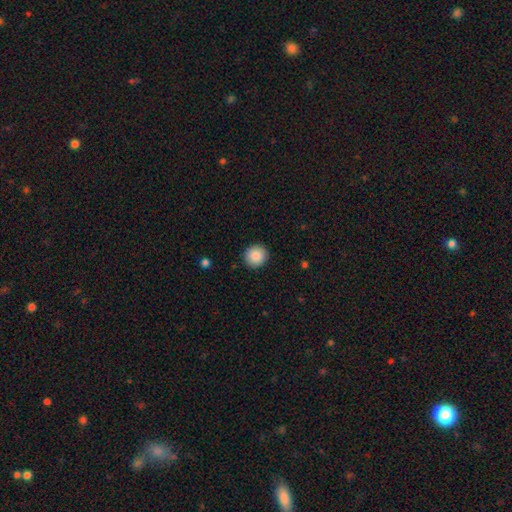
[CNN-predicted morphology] type=smooth (88%); roundness=round (93%); merging=none (92%).